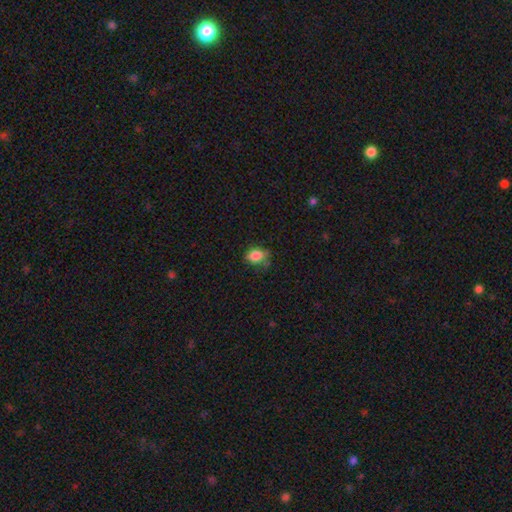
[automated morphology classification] smooth-or-featured: smooth: 84% | star or artifact: 9% | featured or disk: 6%
  how-rounded: in between: 69% | round: 29% | cigar-shaped: 2%
  merging: none: 63% | minor disturbance: 27% | major disturbance: 6% | merger: 3%